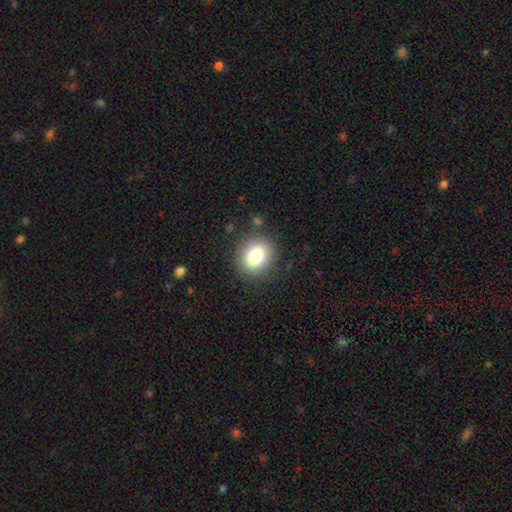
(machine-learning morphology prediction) type=smooth (81%); roundness=round (72%); merging=none (86%).